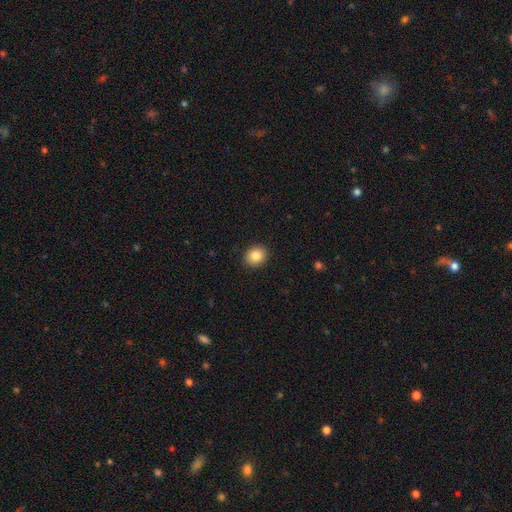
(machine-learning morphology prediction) Smooth or featured: smooth — 85% (star or artifact — 9%)
How rounded: round — 68% (in between — 31%)
Merging: none — 91% (minor disturbance — 6%)